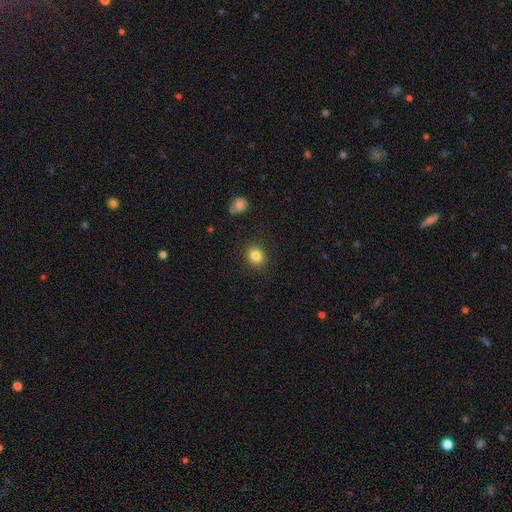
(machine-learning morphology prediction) A smooth galaxy with no disk features (84%) that is round (75%). Merging: none (89%).